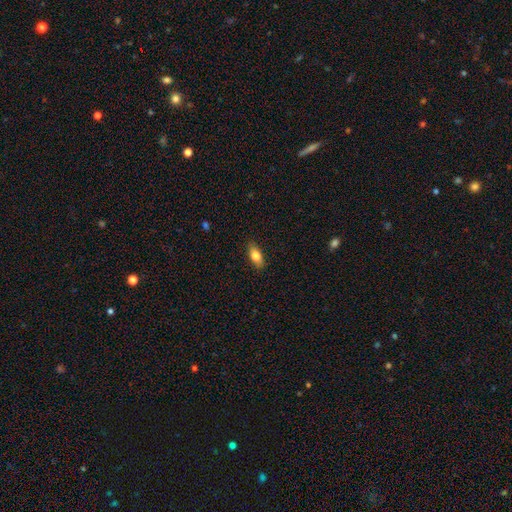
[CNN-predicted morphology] Q: Smooth or featured?
A: smooth (81%); runner-up: featured or disk (11%)
Q: How rounded?
A: in between (86%); runner-up: cigar-shaped (10%)
Q: Merging?
A: none (87%); runner-up: minor disturbance (10%)